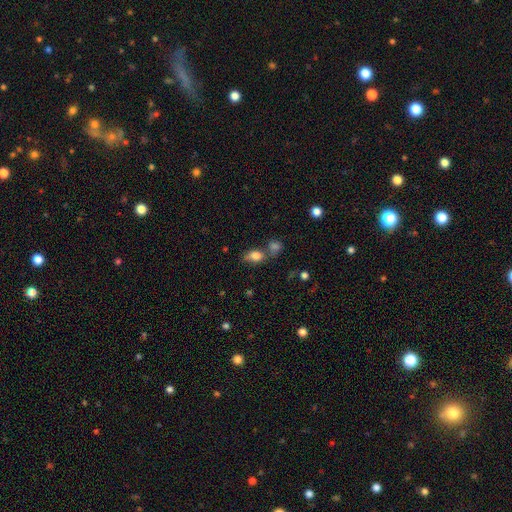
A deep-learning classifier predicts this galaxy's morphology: Smooth or featured? smooth (79%)
How rounded? in between (74%)
Merging? none (45%)